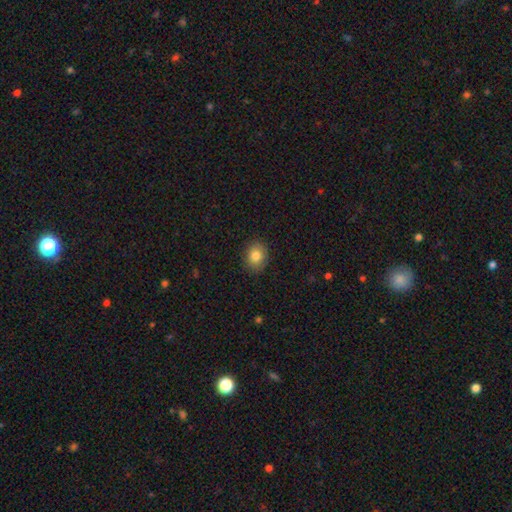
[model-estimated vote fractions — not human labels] Smooth or featured: smooth — 83% (star or artifact — 9%)
How rounded: round — 50% (tied with in between — 50%)
Merging: none — 89% (minor disturbance — 8%)